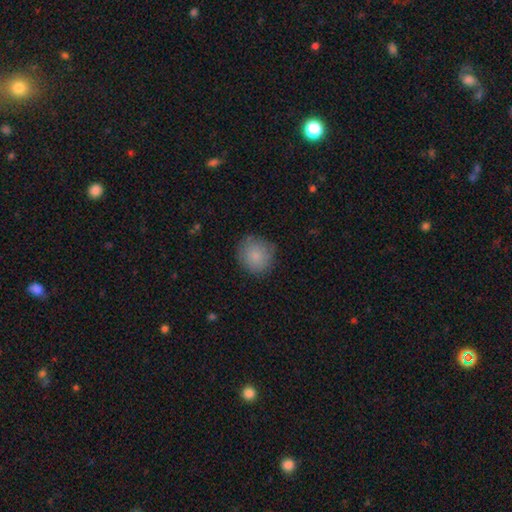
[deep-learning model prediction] smooth_or_featured: smooth (p=0.84) [alt: featured or disk p=0.08]
how_rounded: round (p=0.87) [alt: in between p=0.12]
merging: none (p=0.81) [alt: minor disturbance p=0.14]